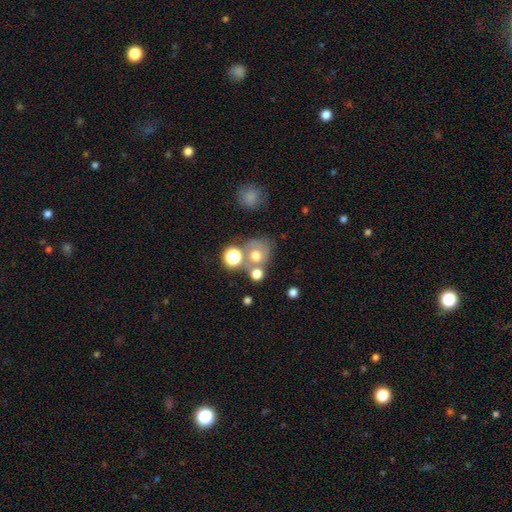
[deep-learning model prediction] Smooth or featured: smooth — 61% (featured or disk — 21%)
How rounded: round — 77% (in between — 22%)
Merging: none — 44% (merger — 35%)